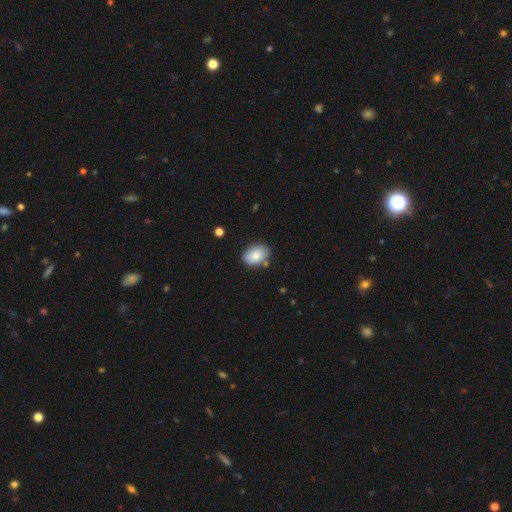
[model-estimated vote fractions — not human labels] This appears to be a smooth galaxy with no disk features (82%) that is in between round and cigar-shaped (85%). Merging: none (81%).